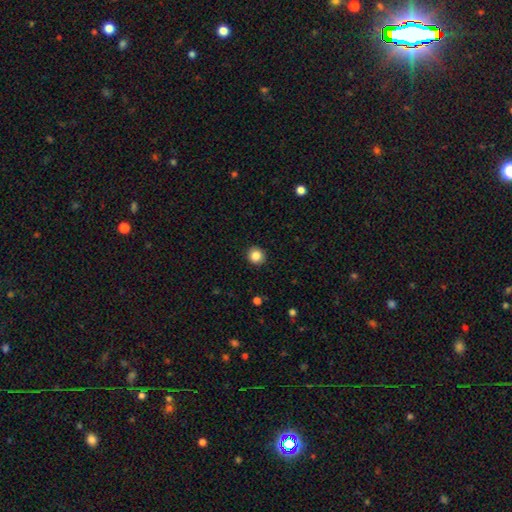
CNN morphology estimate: type=smooth (86%); roundness=round (92%); merging=none (92%).